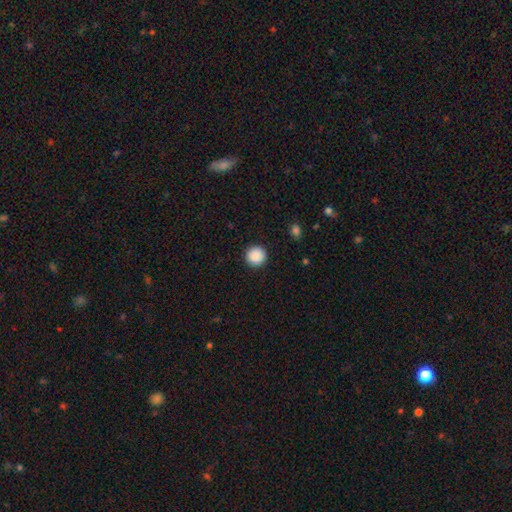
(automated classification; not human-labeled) Smooth or featured? smooth (89%)
How rounded? round (96%)
Merging? none (93%)